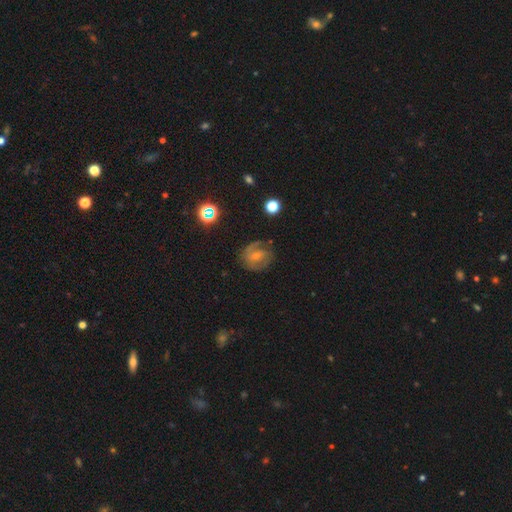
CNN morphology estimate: A featured or disk galaxy (68%) with a weak bar (46%), 2 (47%) tight (52%) spiral arms (89%) and a small central bulge (57%).

Vote fractions:
- Smooth or featured? featured or disk: 68% / smooth: 18% / star or artifact: 15%
- Edge-on disk? no: 97% / yes: 3%
- Bar? weak: 46% / no: 39% / strong: 15%
- Spiral arms? yes: 89% / no: 11%
- Spiral winding? tight: 52% / medium: 36% / loose: 12%
- Spiral arm count? 2: 47% / can't tell: 25% / 1: 15% / 3: 8% / 4: 3% / more than 4: 3%
- Bulge size? small: 57% / moderate: 38% / none: 3% / large: 2% / dominant: 1%
- Merging? none: 73% / minor disturbance: 17% / major disturbance: 8% / merger: 2%